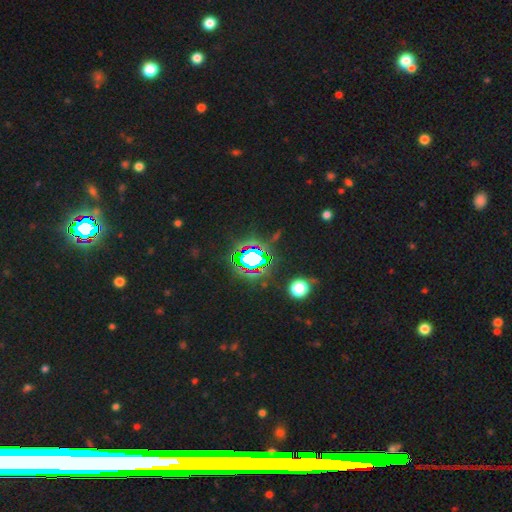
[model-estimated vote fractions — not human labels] A star or artifact, not a galaxy (80%).